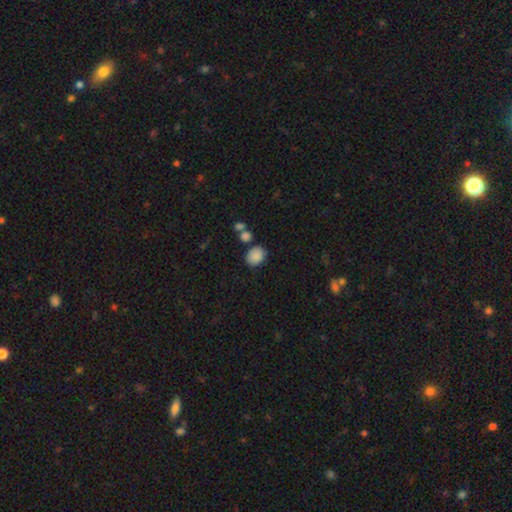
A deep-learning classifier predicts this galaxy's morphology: smooth-or-featured: smooth: 86% | star or artifact: 9% | featured or disk: 5%
  how-rounded: in between: 51% | round: 48% | cigar-shaped: 1%
  merging: none: 70% | minor disturbance: 15% | merger: 10% | major disturbance: 4%